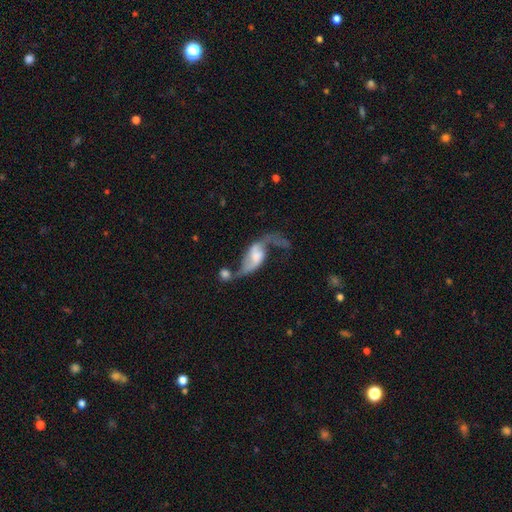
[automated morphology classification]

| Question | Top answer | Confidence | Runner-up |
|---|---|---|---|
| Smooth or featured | featured or disk | 80% | smooth (14%) |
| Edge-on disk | no | 94% | yes (6%) |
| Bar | no | 42% | weak (41%) |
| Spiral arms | yes | 91% | no (9%) |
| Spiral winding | loose | 88% | medium (9%) |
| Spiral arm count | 2 | 89% | 1 (5%) |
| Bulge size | moderate | 30% | small (23%) |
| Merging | none | 32% | merger (30%) |